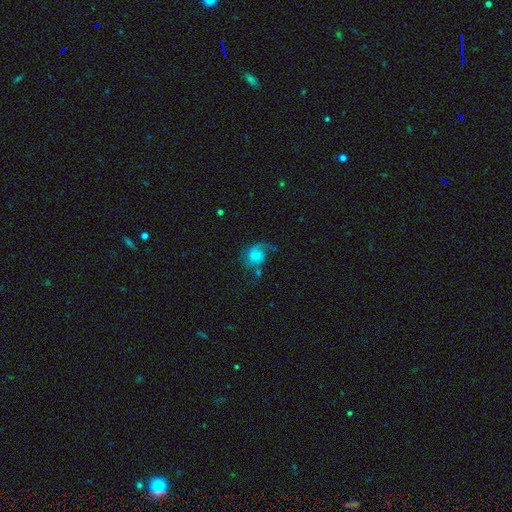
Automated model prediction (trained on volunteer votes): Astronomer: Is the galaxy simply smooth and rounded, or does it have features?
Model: featured or disk — 66%.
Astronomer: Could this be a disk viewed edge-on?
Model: no — 98%.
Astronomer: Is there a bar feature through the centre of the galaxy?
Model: no — 61%.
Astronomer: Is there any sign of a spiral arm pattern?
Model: yes — 92%.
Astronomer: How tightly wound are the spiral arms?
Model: medium — 42% (runner-up: loose, 39%).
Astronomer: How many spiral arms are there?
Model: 2 — 53% (runner-up: 1, 38%).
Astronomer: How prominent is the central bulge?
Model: none — 37% (runner-up: small, 27%).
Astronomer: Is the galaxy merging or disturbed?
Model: none — 45% (runner-up: major disturbance, 27%).